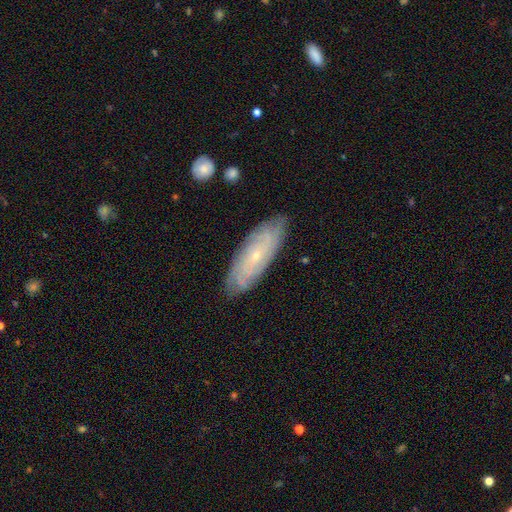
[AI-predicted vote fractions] Smooth or featured? Predicted: featured or disk (p=0.71). Edge-on disk? Predicted: no (p=0.84). Bar? Predicted: no (p=0.74). Spiral arms? Predicted: yes (p=0.91). Spiral winding? Predicted: tight (p=0.74). Spiral arm count? Predicted: can't tell (p=0.56). Bulge size? Predicted: small (p=0.80). Merging? Predicted: none (p=0.82).